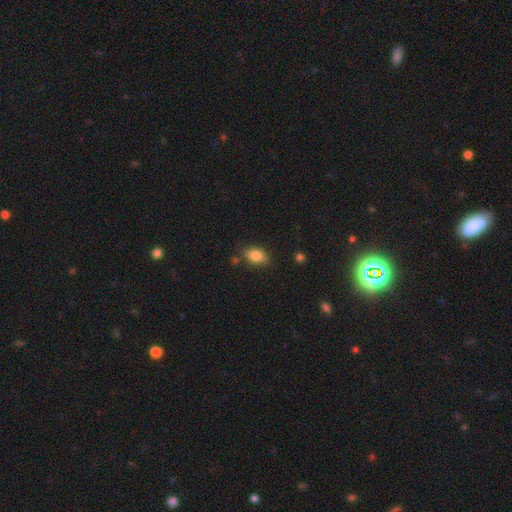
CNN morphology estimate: A smooth galaxy with no disk features (83%) that is in between round and cigar-shaped (87%). Merging: none (79%).